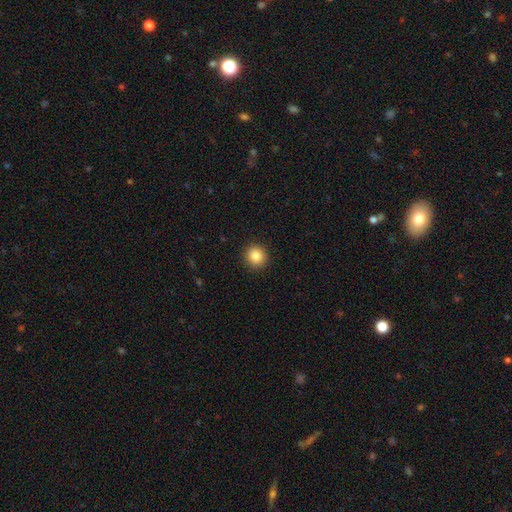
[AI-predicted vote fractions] Q: Smooth or featured?
A: smooth (86%); runner-up: star or artifact (9%)
Q: How rounded?
A: round (88%); runner-up: in between (11%)
Q: Merging?
A: none (92%); runner-up: minor disturbance (6%)